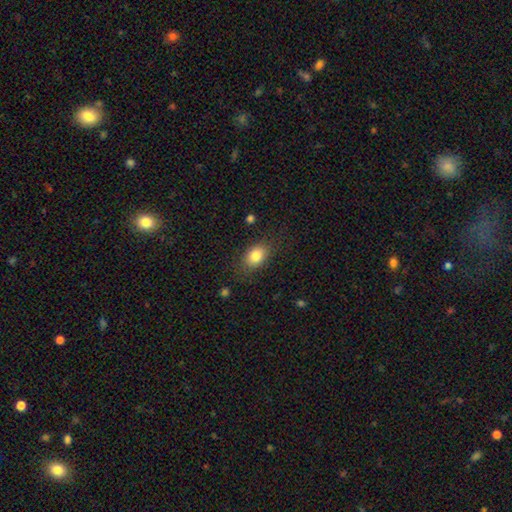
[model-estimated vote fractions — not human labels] Smooth or featured?
  - smooth: 83% *
  - star or artifact: 9%
  - featured or disk: 9%
How rounded?
  - in between: 76% *
  - round: 23%
  - cigar-shaped: 1%
Merging?
  - none: 80% *
  - minor disturbance: 14%
  - major disturbance: 5%
  - merger: 1%